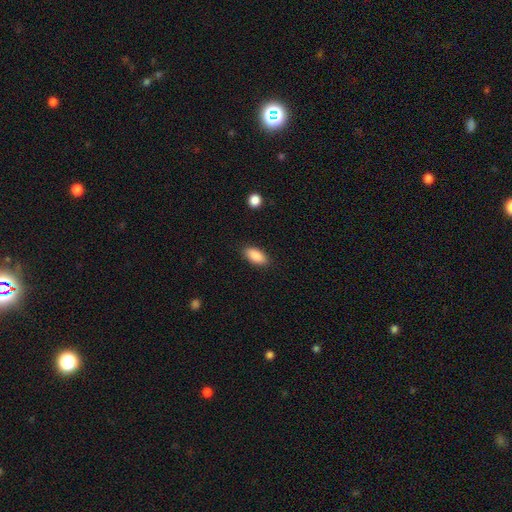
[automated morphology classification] The model was most divided on "merging": none: 87%, minor disturbance: 9%, major disturbance: 2%, merger: 1%. More confident: how rounded — in between (90%); smooth or featured — smooth (88%).